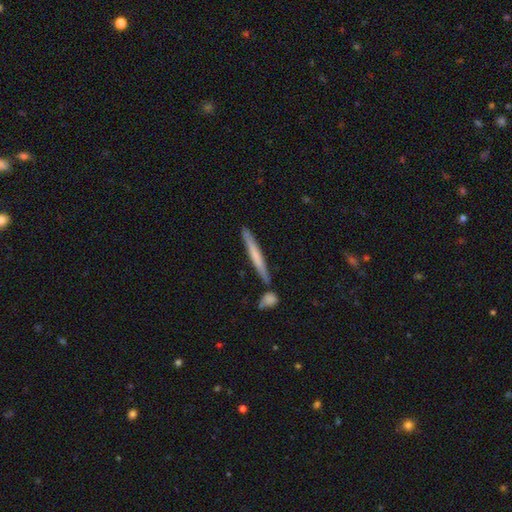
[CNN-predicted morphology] Smooth or featured? smooth (55%)
How rounded? cigar-shaped (96%)
Merging? none (79%)